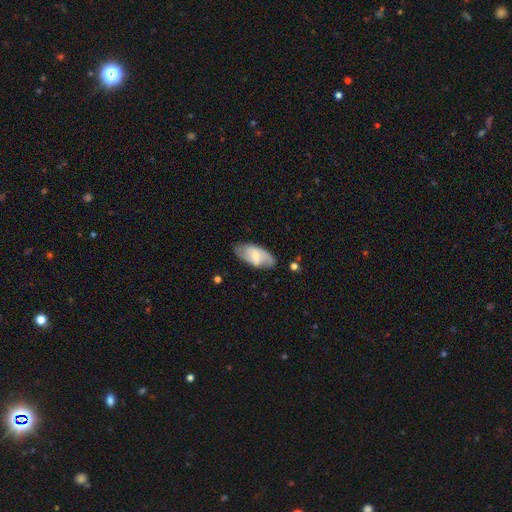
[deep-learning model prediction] The model was most divided on "bulge size": small: 49%, moderate: 37%, none: 9%, large: 4%, dominant: 1%. More confident: edge-on disk — no (92%); spiral arms — yes (83%); merging — none (75%); smooth or featured — featured or disk (57%); bar — weak (52%).